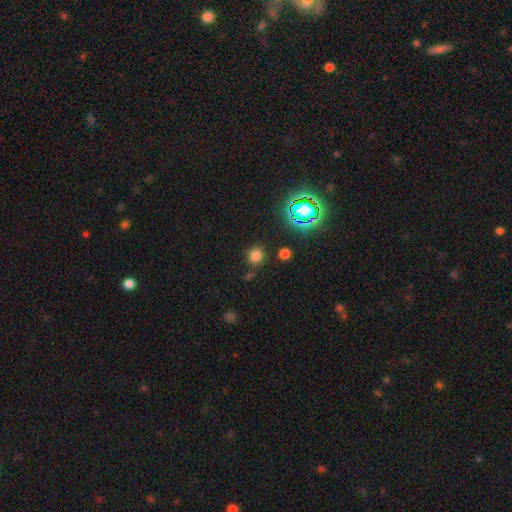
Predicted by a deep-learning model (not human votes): Smooth or featured: smooth — 72% (star or artifact — 22%)
How rounded: round — 85% (in between — 14%)
Merging: none — 82% (minor disturbance — 9%)